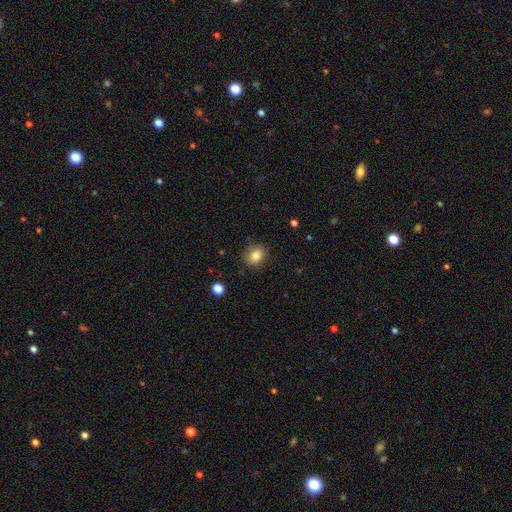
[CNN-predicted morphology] smooth 82%, star or artifact 11%, featured or disk 7%. Down the decision tree: how rounded — round (58%); merging — none (85%).